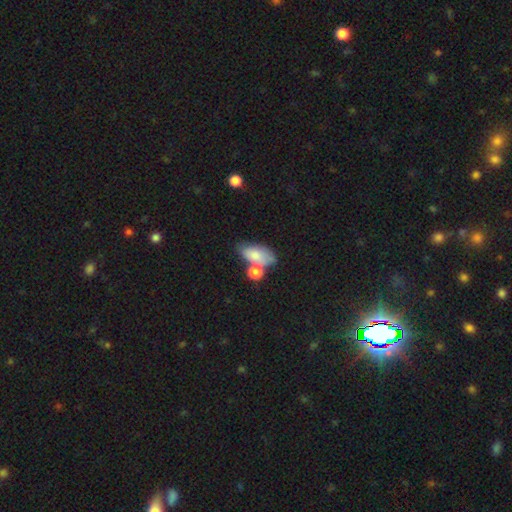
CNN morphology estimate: smooth 73%, featured or disk 18%, star or artifact 8%. Down the decision tree: how rounded — in between (88%); merging — none (39%).